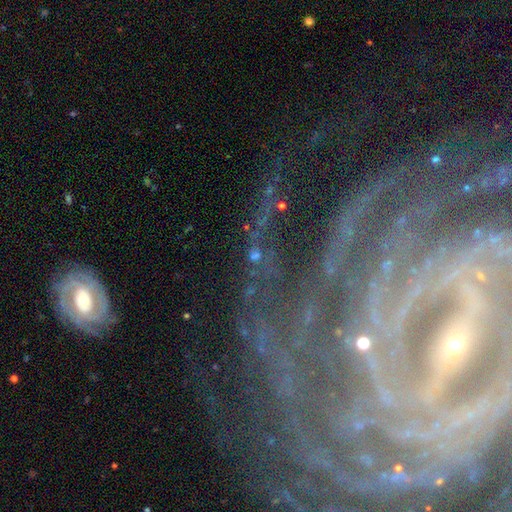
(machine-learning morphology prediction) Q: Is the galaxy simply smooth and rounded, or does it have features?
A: star or artifact — 47%.